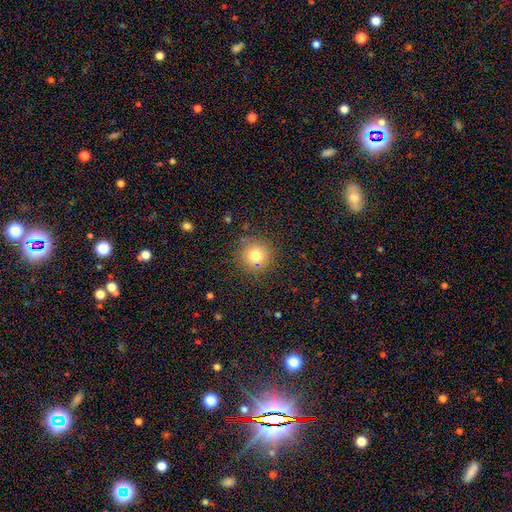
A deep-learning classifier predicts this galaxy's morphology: Smooth or featured: smooth — 77% (star or artifact — 14%)
How rounded: round — 94% (in between — 5%)
Merging: none — 85% (minor disturbance — 9%)